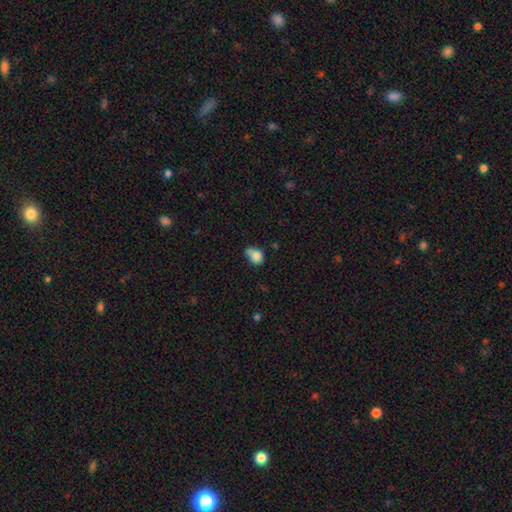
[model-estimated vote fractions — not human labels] Q: Smooth or featured?
A: smooth (81%); runner-up: star or artifact (10%)
Q: How rounded?
A: in between (57%); runner-up: round (42%)
Q: Merging?
A: none (38%); runner-up: minor disturbance (32%)